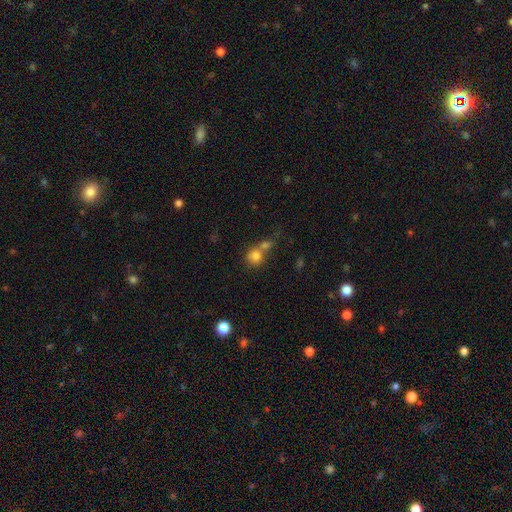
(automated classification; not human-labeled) This is likely a smooth galaxy (78%). How rounded: clearly round (82%). Merging: possibly merger (53%).